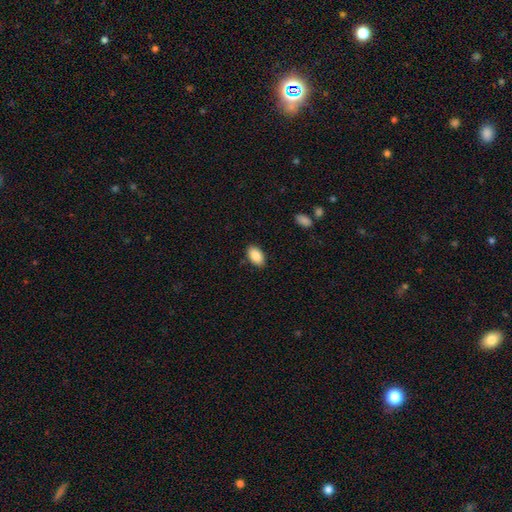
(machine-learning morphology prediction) The model was most divided on "merging": none: 87%, minor disturbance: 10%, major disturbance: 2%, merger: 1%. More confident: how rounded — in between (93%); smooth or featured — smooth (88%).